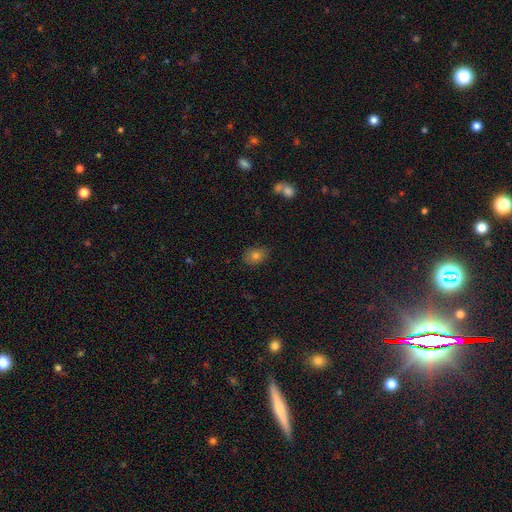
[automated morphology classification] Overall: smooth (78%). How rounded: in between (64%; round 35%). Merging: none (80%).